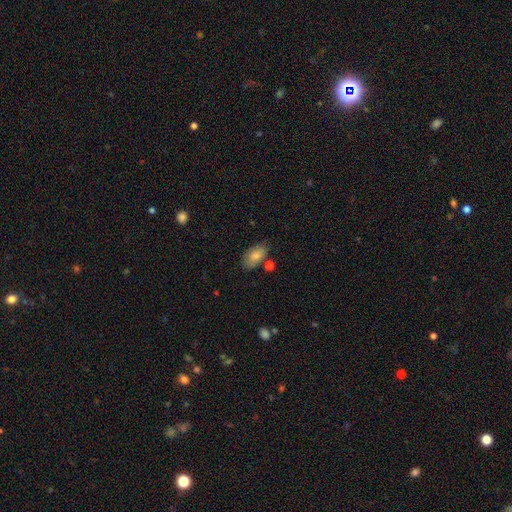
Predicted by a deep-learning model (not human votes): Smooth or featured? smooth (82%)
How rounded? in between (93%)
Merging? none (74%)